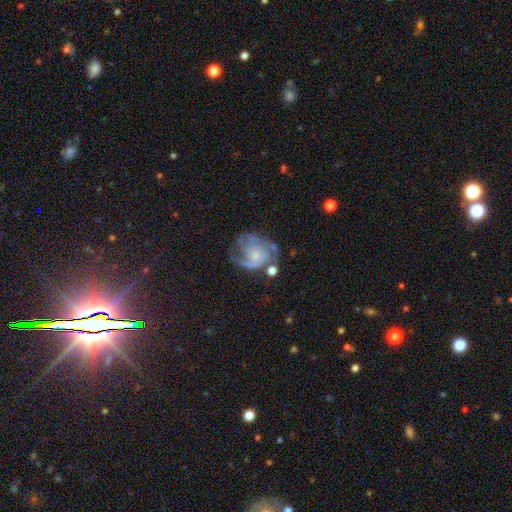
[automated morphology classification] Smooth or featured? Predicted: featured or disk (p=0.78). Edge-on disk? Predicted: no (p=0.98). Bar? Predicted: no (p=0.76). Spiral arms? Predicted: yes (p=0.90). Spiral winding? Predicted: medium (p=0.42). Spiral arm count? Predicted: 2 (p=0.32). Bulge size? Predicted: small (p=0.67). Merging? Predicted: none (p=0.44).